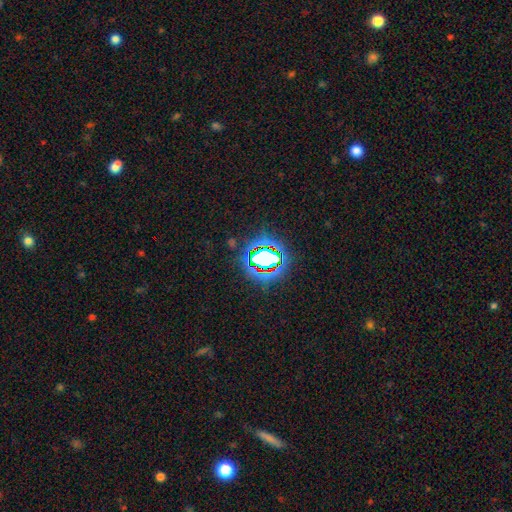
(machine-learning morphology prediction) This appears to be a star or artifact, not a galaxy (77%).